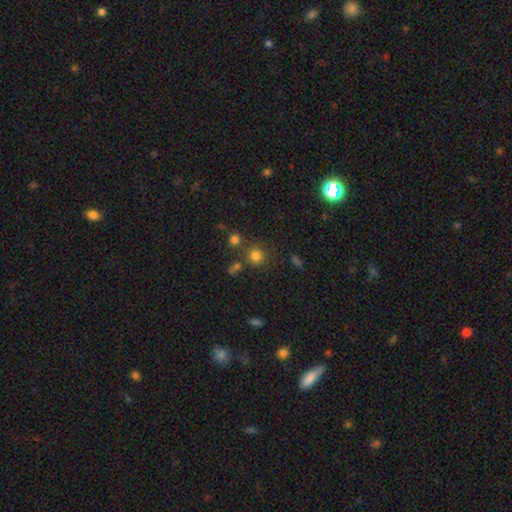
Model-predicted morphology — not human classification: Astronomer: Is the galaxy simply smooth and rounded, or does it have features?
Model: smooth — 76%.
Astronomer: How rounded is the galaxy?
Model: round — 90%.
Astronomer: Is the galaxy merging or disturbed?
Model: none — 74%.